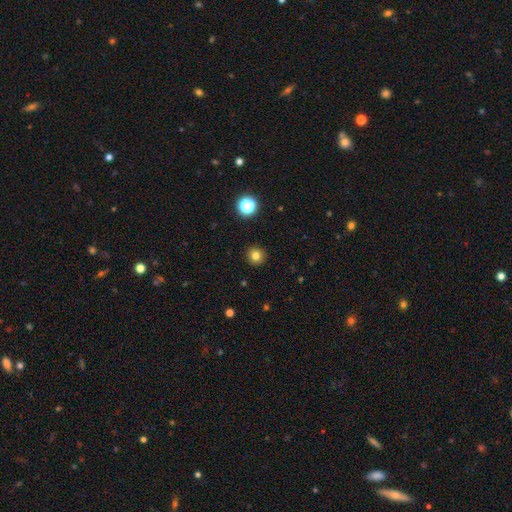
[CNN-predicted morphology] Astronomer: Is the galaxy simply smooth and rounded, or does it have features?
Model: smooth — 79%.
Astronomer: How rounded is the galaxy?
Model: round — 93%.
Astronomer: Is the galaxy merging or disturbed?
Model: none — 92%.